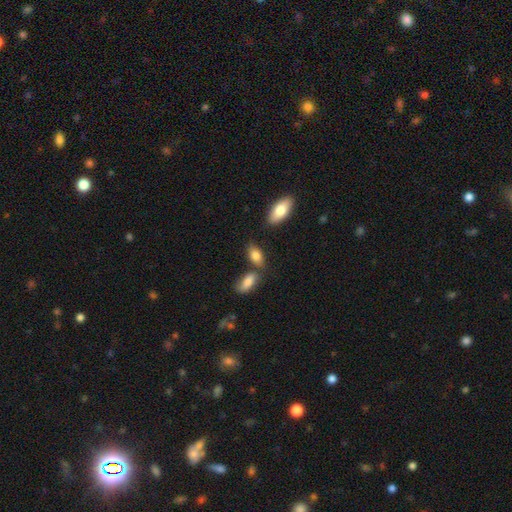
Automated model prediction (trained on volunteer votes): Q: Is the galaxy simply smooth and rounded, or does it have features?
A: smooth — 83%.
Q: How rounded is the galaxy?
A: in between — 89%.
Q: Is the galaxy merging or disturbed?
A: none — 66%.